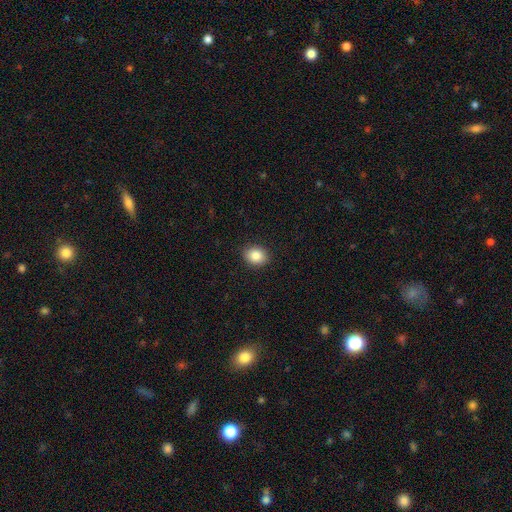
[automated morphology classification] Q: Smooth or featured?
A: smooth (86%); runner-up: star or artifact (9%)
Q: How rounded?
A: round (53%); runner-up: in between (46%)
Q: Merging?
A: none (90%); runner-up: minor disturbance (7%)